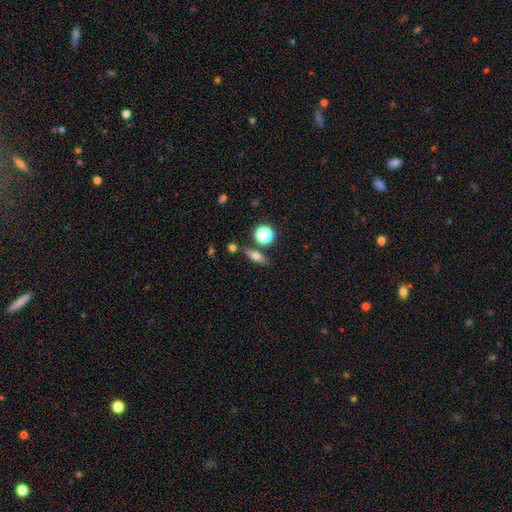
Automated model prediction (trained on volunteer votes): This appears to be a smooth galaxy with no disk features (58%) that is in between round and cigar-shaped (45%). Merging: none (79%).